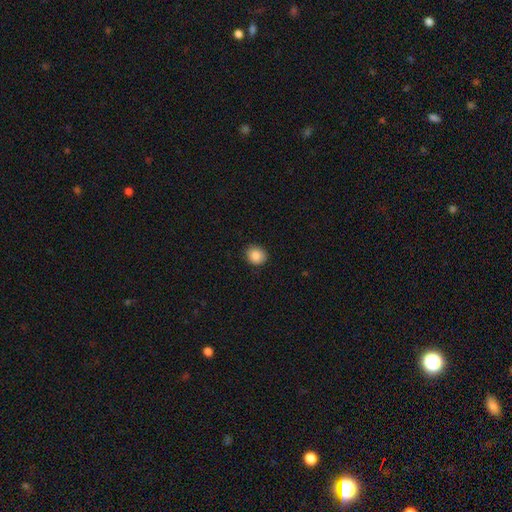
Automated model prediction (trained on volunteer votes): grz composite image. It shows a smooth galaxy with no disk features (86%) that is round (72%). Merging: none (87%).